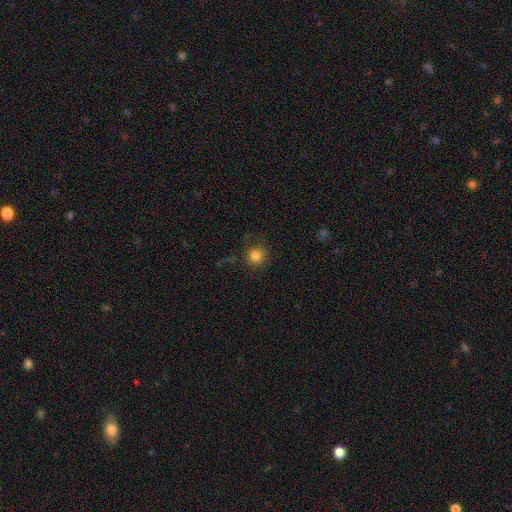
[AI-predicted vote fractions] Smooth or featured: smooth — 81% (star or artifact — 13%)
How rounded: round — 92% (in between — 7%)
Merging: none — 83% (minor disturbance — 11%)